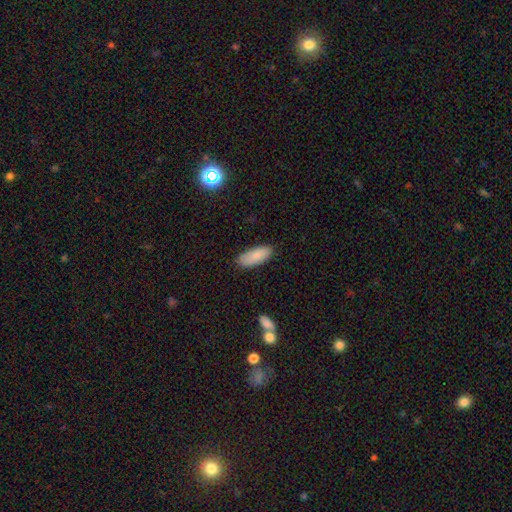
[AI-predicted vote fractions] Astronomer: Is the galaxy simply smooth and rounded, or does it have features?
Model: smooth — 85%.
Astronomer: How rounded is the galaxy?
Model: in between — 81%.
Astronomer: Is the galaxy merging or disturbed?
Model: none — 83%.